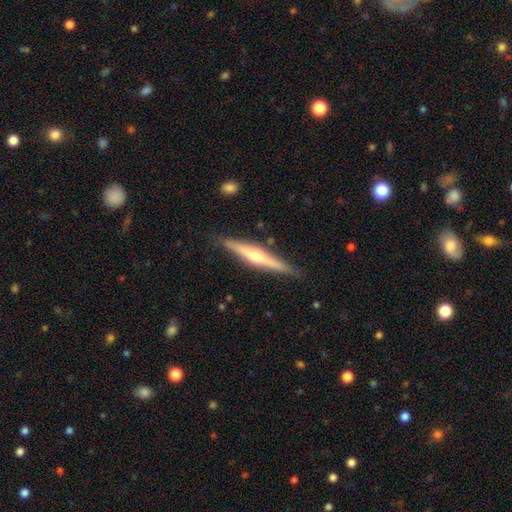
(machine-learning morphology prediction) Smooth or featured? Predicted: featured or disk (p=0.71). Edge-on disk? Predicted: yes (p=0.97). Edge-on bulge? Predicted: rounded (p=0.90). Merging? Predicted: none (p=0.87).